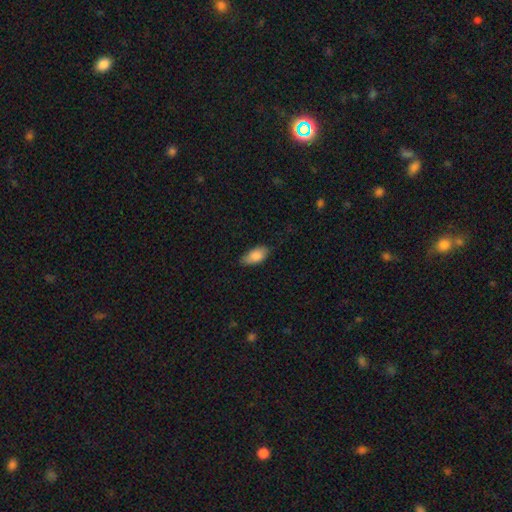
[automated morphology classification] This appears to be a smooth galaxy with no disk features (86%) that is in between round and cigar-shaped (91%). Merging: none (75%).